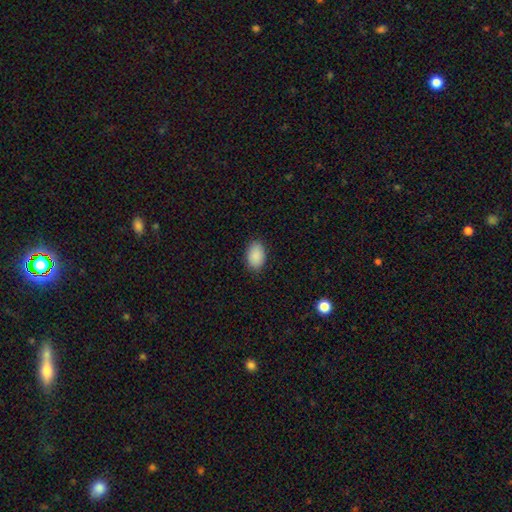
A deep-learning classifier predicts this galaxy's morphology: smooth_or_featured: smooth (p=0.90) [alt: star or artifact p=0.07]
how_rounded: in between (p=0.89) [alt: round p=0.10]
merging: none (p=0.87) [alt: minor disturbance p=0.10]